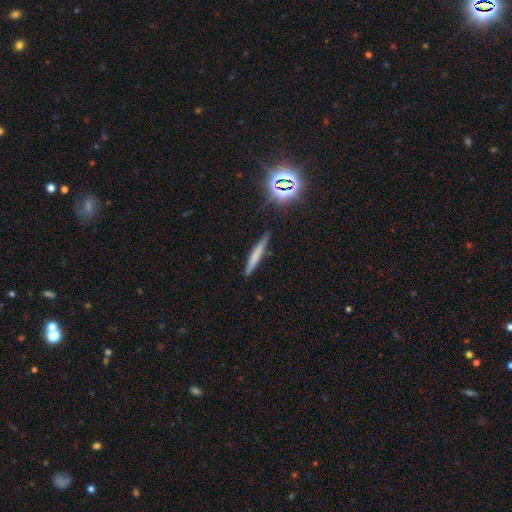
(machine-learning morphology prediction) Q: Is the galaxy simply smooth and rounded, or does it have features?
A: smooth — 63%.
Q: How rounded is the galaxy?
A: cigar-shaped — 94%.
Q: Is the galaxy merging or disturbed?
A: none — 86%.